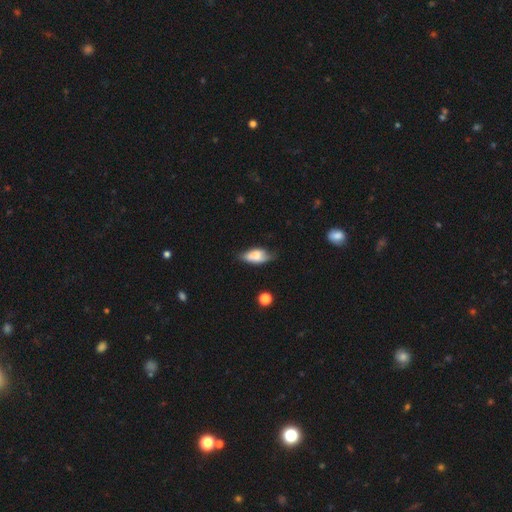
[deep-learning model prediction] Q: Smooth or featured?
A: smooth (67%); runner-up: featured or disk (26%)
Q: How rounded?
A: in between (85%); runner-up: cigar-shaped (12%)
Q: Merging?
A: none (57%); runner-up: minor disturbance (33%)